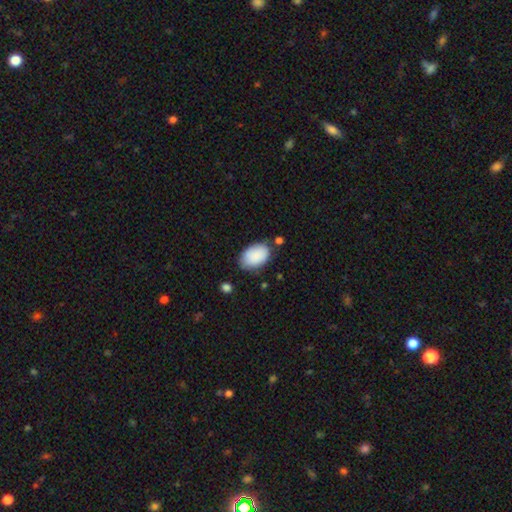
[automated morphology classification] Overall: smooth (89%). How rounded: in between (91%). Merging: none (71%).